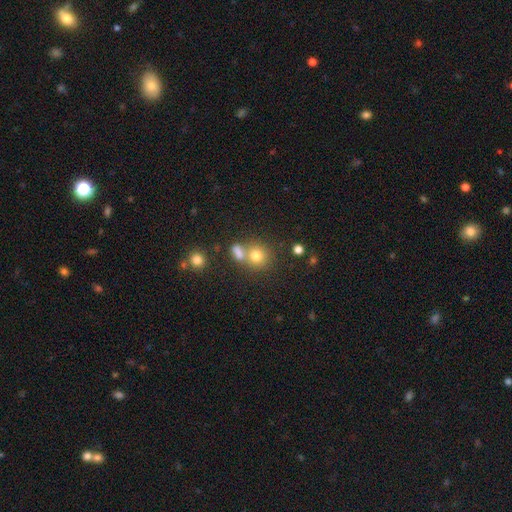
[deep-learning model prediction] Smooth or featured? smooth (76%)
How rounded? round (82%)
Merging? none (53%)